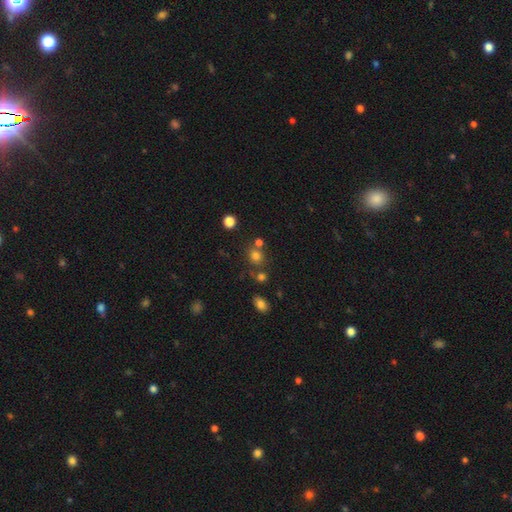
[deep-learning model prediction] Q: Smooth or featured?
A: smooth (75%); runner-up: star or artifact (17%)
Q: How rounded?
A: round (81%); runner-up: in between (18%)
Q: Merging?
A: none (66%); runner-up: merger (19%)